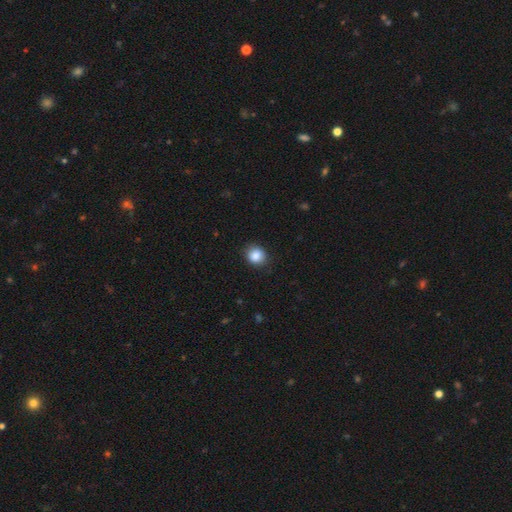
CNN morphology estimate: smooth_or_featured: smooth (p=0.87) [alt: star or artifact p=0.09]
how_rounded: round (p=0.77) [alt: in between p=0.22]
merging: none (p=0.86) [alt: minor disturbance p=0.10]